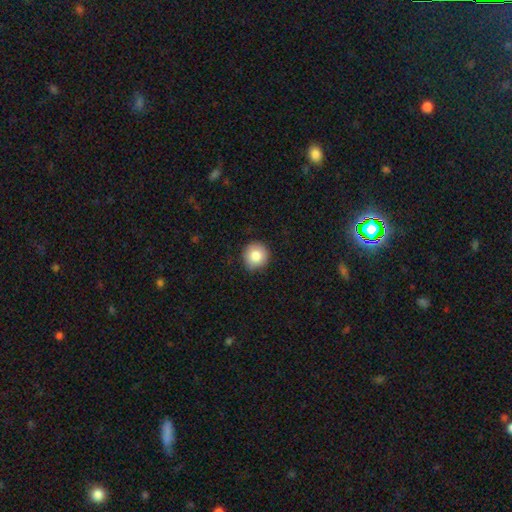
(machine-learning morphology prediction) A smooth galaxy with no disk features (84%) that is round (94%).

Vote fractions:
- Smooth or featured? smooth: 84% / star or artifact: 9% / featured or disk: 8%
- How rounded? round: 94% / in between: 5% / cigar-shaped: 1%
- Merging? none: 90% / minor disturbance: 8% / major disturbance: 2% / merger: 1%